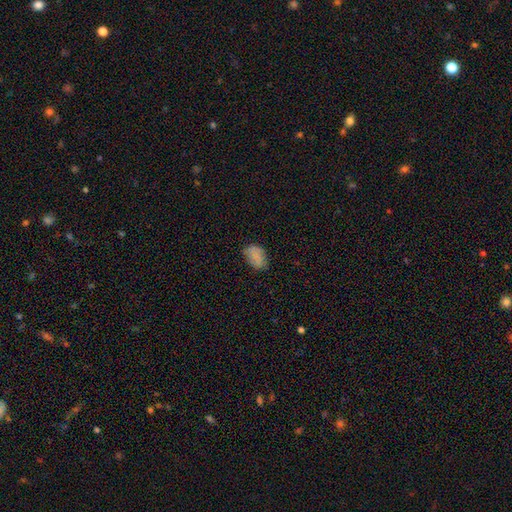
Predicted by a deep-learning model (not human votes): Overall: smooth (78%). How rounded: in between (87%). Merging: none (65%; minor disturbance 27%).